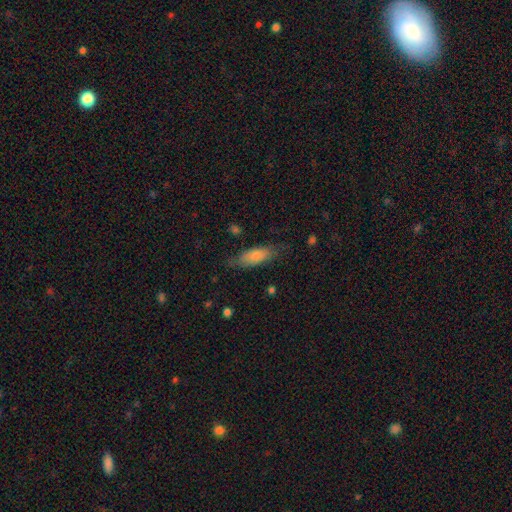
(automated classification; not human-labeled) This is likely a smooth galaxy (76%). How rounded: likely in between (70%). Merging: likely none (70%).